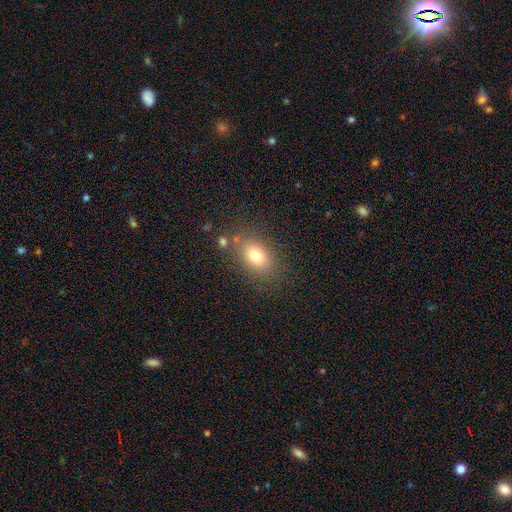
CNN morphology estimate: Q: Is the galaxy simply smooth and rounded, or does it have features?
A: smooth — 76%.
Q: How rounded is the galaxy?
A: in between — 77%.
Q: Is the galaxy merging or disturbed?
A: none — 78%.